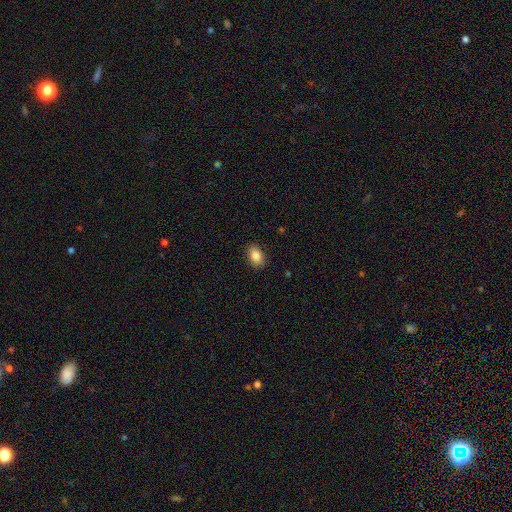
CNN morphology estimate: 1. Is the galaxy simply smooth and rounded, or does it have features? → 86% smooth, 8% star or artifact, 6% featured or disk.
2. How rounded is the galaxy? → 85% in between, 14% round, 2% cigar-shaped.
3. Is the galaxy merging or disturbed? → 89% none, 8% minor disturbance, 2% major disturbance, 1% merger.